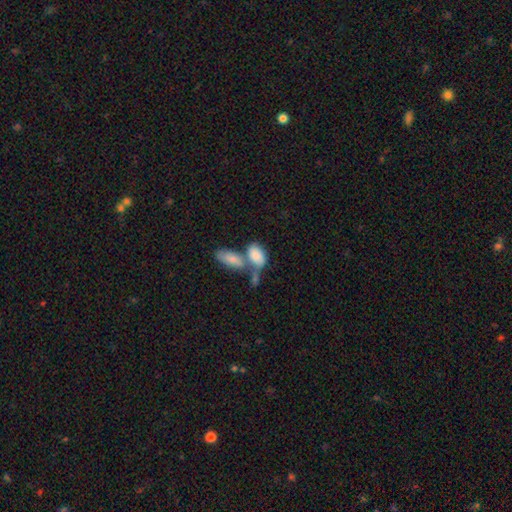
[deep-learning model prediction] Smooth or featured?
  - smooth: 81% *
  - featured or disk: 13%
  - star or artifact: 6%
How rounded?
  - in between: 91% *
  - round: 6%
  - cigar-shaped: 4%
Merging?
  - merger: 57% *
  - none: 25%
  - minor disturbance: 11%
  - major disturbance: 7%